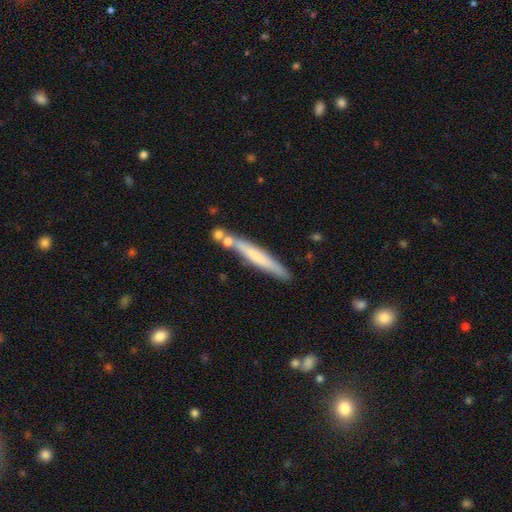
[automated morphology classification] A smooth galaxy with no disk features (57%) that is cigar-shaped (95%). Merging: none (77%).